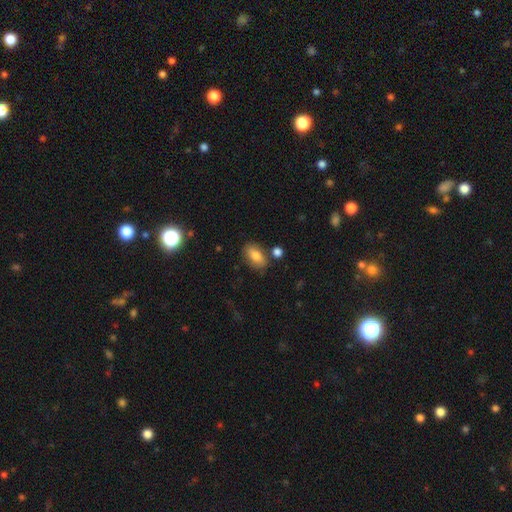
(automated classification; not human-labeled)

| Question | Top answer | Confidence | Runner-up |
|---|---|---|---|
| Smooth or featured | smooth | 80% | featured or disk (12%) |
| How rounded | in between | 90% | round (6%) |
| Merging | none | 79% | minor disturbance (12%) |